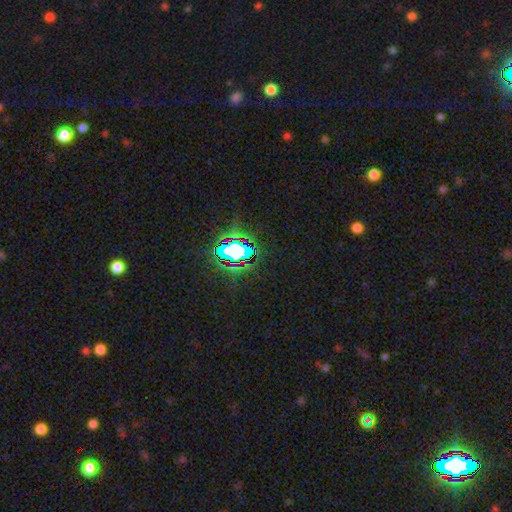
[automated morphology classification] Smooth or featured? Predicted: star or artifact (p=0.82).